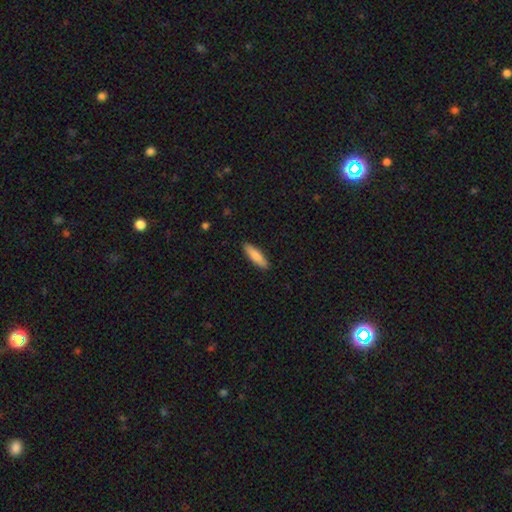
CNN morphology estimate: The model was most divided on "how rounded": cigar-shaped: 64%, in between: 34%, round: 1%. More confident: merging — none (90%); smooth or featured — smooth (85%).